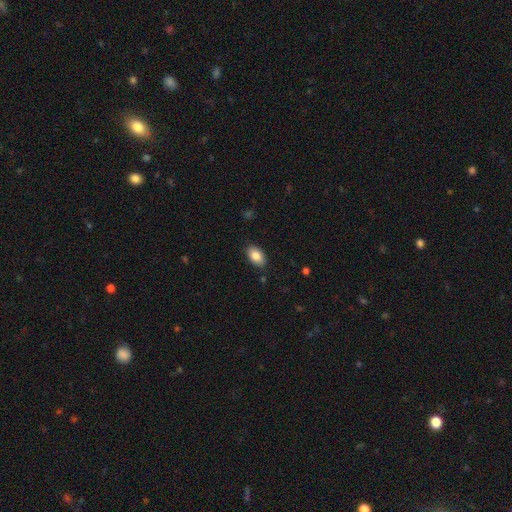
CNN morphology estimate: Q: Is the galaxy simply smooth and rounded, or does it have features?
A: smooth — 85%.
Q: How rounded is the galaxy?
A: in between — 92%.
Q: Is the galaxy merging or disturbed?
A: none — 87%.